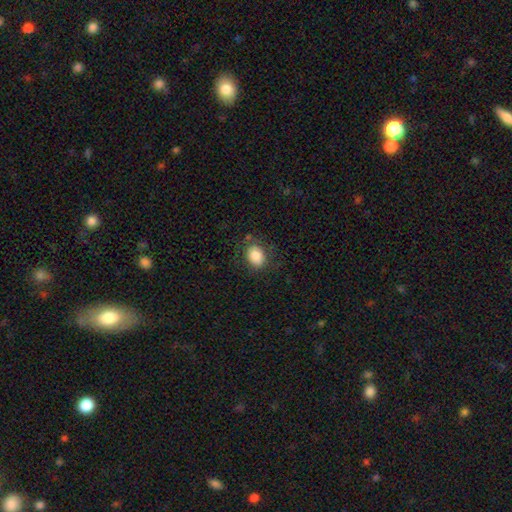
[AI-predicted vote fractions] Smooth or featured? smooth (83%)
How rounded? in between (64%)
Merging? none (75%)